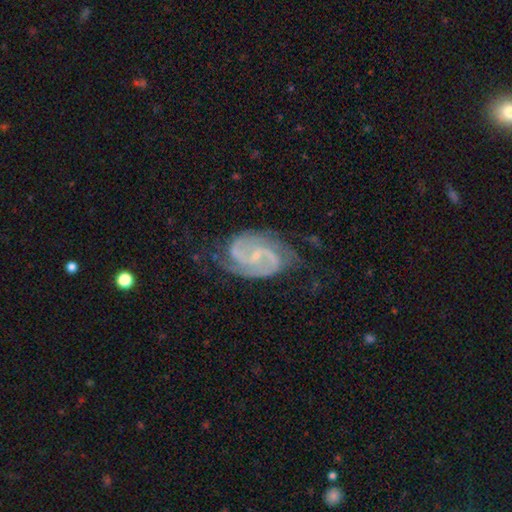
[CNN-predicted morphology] This appears to be a featured or disk galaxy (91%) with a weak bar (48%), 2 (83%) medium (51%) spiral arms (98%) and a small central bulge (71%). Merging: none (70%).